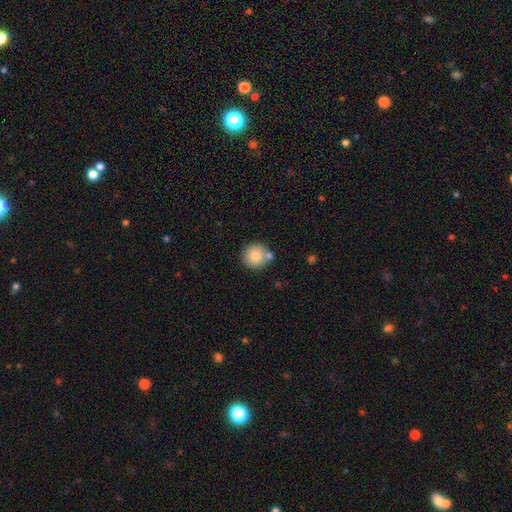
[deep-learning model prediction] smooth 80%, featured or disk 12%, star or artifact 9%. Down the decision tree: how rounded — round (93%); merging — none (70%).